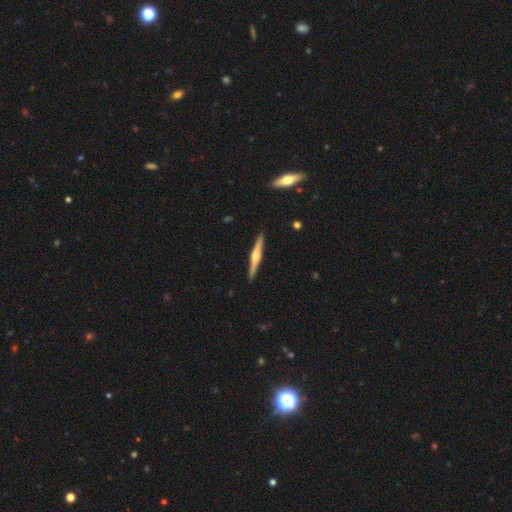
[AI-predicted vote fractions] Overall: featured or disk (69%). Edge-on disk: yes (98%). Edge-on bulge: rounded (82%). Merging: none (91%).